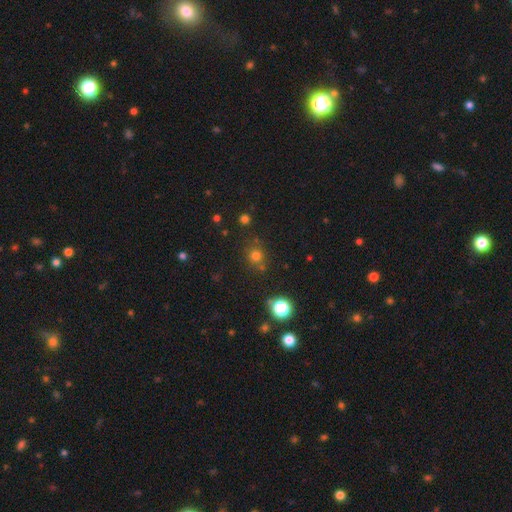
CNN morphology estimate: Overall: smooth (71%). How rounded: round (88%). Merging: none (74%).